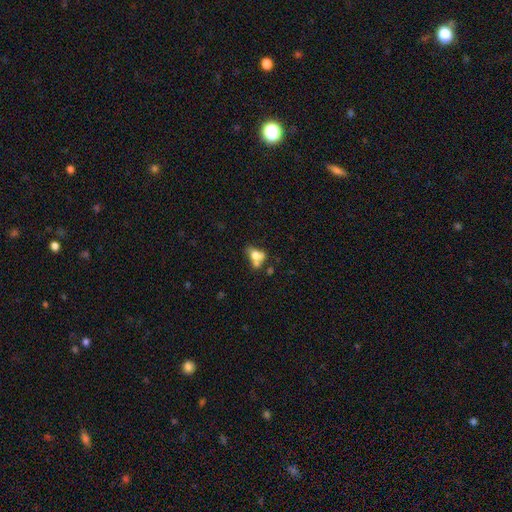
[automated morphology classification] Overall: smooth (64%; featured or disk 25%). How rounded: in between (71%). Merging: merger (43%; none 28%).